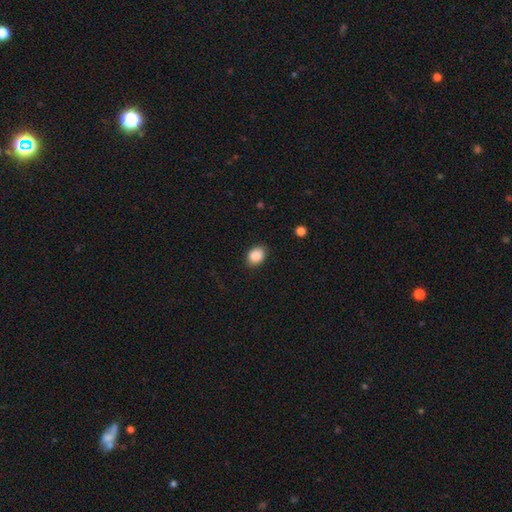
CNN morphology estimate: type=smooth (89%); roundness=in between (65%); merging=none (84%).